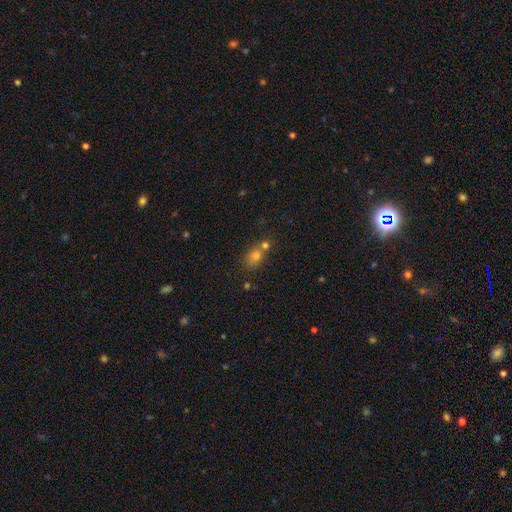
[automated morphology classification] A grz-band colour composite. It shows a smooth galaxy with no disk features (68%) that is round (51%). Merging: none (49%).